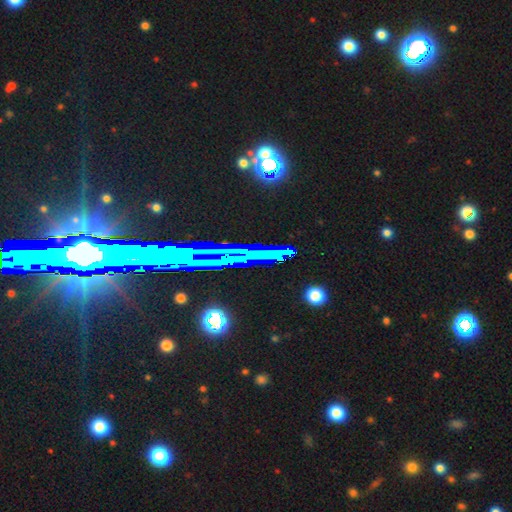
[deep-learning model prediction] A star or artifact, not a galaxy (69%).

Vote fractions:
- Smooth or featured? star or artifact: 69% / featured or disk: 17% / smooth: 14%